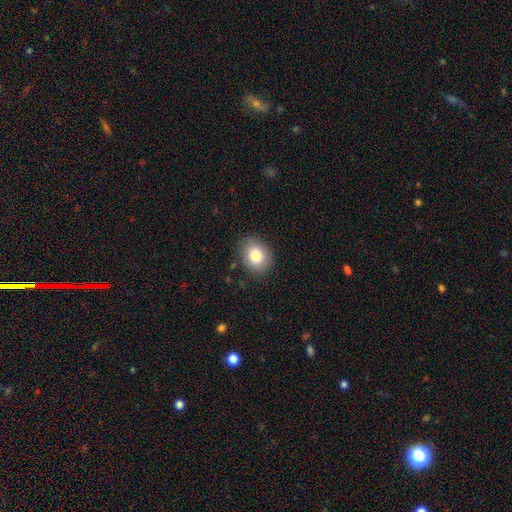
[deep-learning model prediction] A smooth galaxy with no disk features (82%) that is in between round and cigar-shaped (51%).

Vote fractions:
- Smooth or featured? smooth: 82% / featured or disk: 9% / star or artifact: 8%
- How rounded? in between: 51% / round: 48% / cigar-shaped: 1%
- Merging? none: 82% / minor disturbance: 14% / major disturbance: 3% / merger: 1%